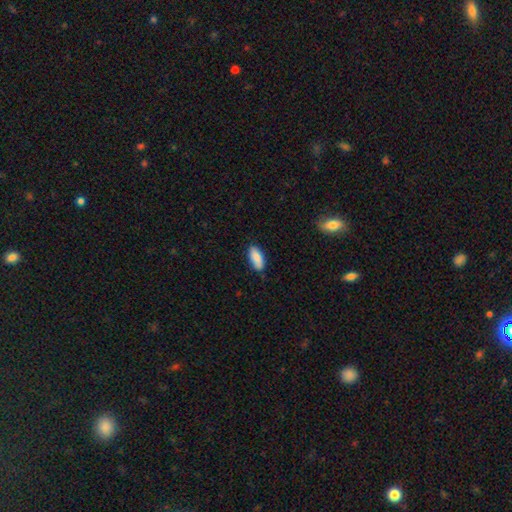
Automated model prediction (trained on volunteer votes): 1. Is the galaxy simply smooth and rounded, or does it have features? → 85% smooth, 8% featured or disk, 7% star or artifact.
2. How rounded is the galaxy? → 86% in between, 12% cigar-shaped, 2% round.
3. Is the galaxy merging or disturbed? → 79% none, 17% minor disturbance, 3% major disturbance, 2% merger.